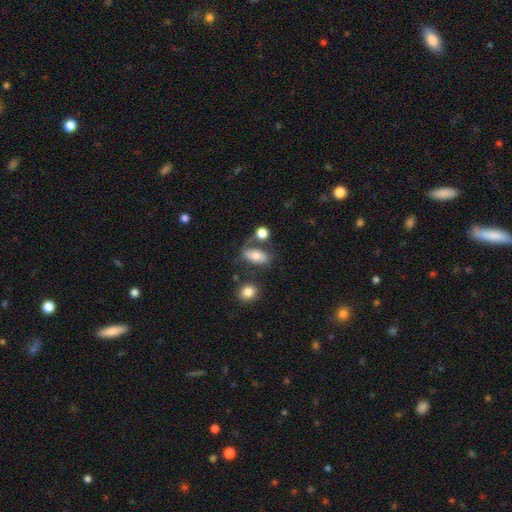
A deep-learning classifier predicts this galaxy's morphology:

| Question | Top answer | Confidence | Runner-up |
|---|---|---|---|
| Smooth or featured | smooth | 62% | featured or disk (29%) |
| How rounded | in between | 87% | round (8%) |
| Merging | none | 44% | minor disturbance (21%) |